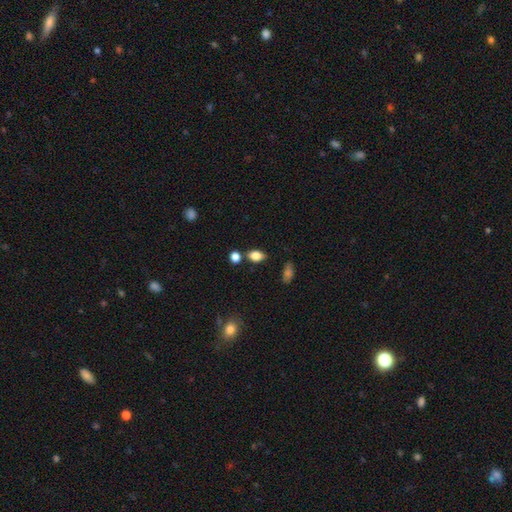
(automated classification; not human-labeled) Smooth or featured: smooth — 79% (star or artifact — 11%)
How rounded: in between — 79% (round — 17%)
Merging: none — 73% (minor disturbance — 14%)